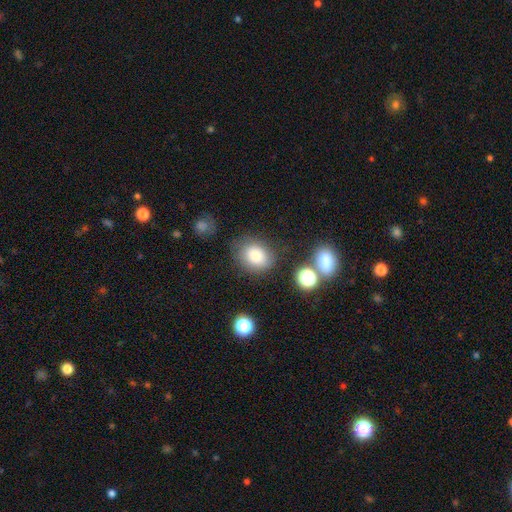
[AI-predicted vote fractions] Smooth or featured?
  - smooth: 81% *
  - star or artifact: 10%
  - featured or disk: 8%
How rounded?
  - in between: 51% *
  - round: 48%
  - cigar-shaped: 1%
Merging?
  - none: 73% *
  - minor disturbance: 16%
  - major disturbance: 6%
  - merger: 5%